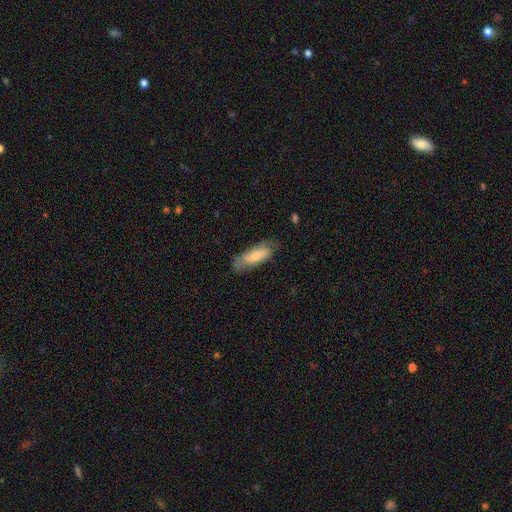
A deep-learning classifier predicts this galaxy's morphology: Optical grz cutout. It shows a smooth galaxy with no disk features (60%) that is in between round and cigar-shaped (66%). Merging: none (66%).